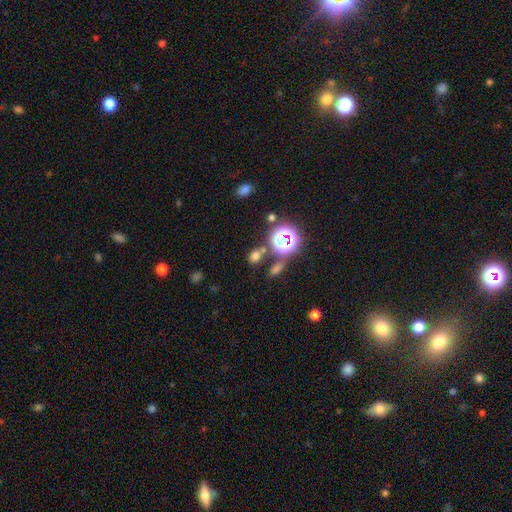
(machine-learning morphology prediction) A smooth galaxy with no disk features (63%) that is in between round and cigar-shaped (53%). Merging: none (70%).